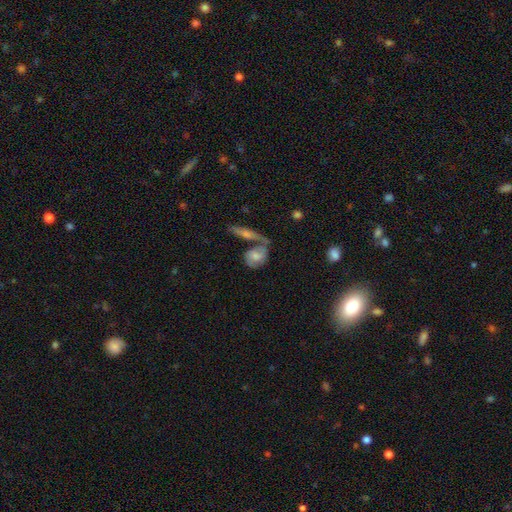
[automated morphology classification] Smooth or featured: smooth — 48% (featured or disk — 45%)
Merging: merger — 37% (none — 36%)